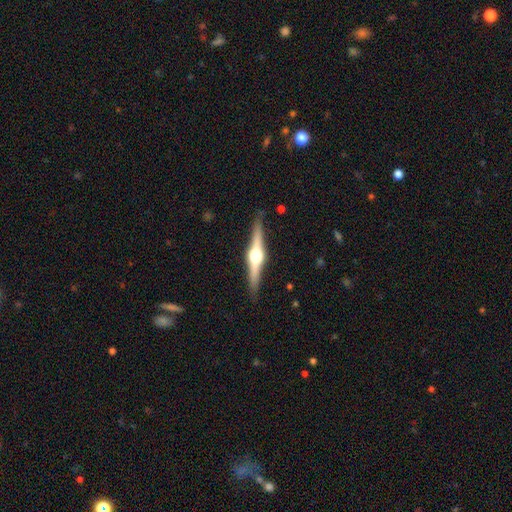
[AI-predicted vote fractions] Smooth or featured? featured or disk (82%)
Edge-on disk? yes (98%)
Edge-on bulge? rounded (95%)
Merging? none (89%)